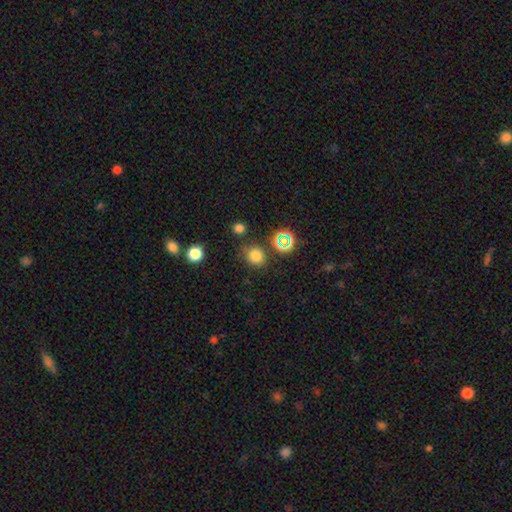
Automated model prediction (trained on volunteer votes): Overall: smooth (75%). How rounded: round (82%). Merging: none (77%).